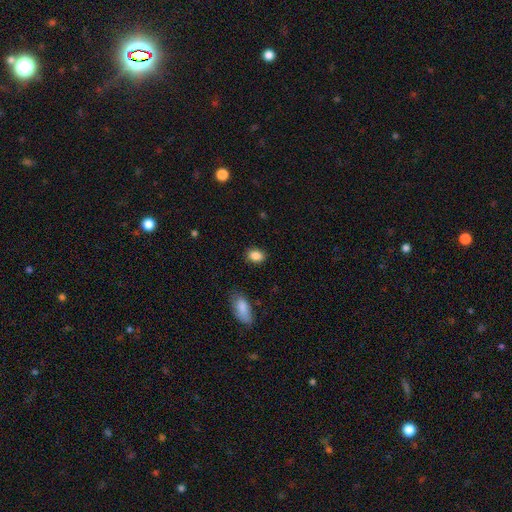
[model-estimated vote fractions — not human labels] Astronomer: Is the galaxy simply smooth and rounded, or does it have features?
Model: smooth — 87%.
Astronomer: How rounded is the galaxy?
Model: in between — 68%.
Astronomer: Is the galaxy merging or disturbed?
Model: none — 87%.